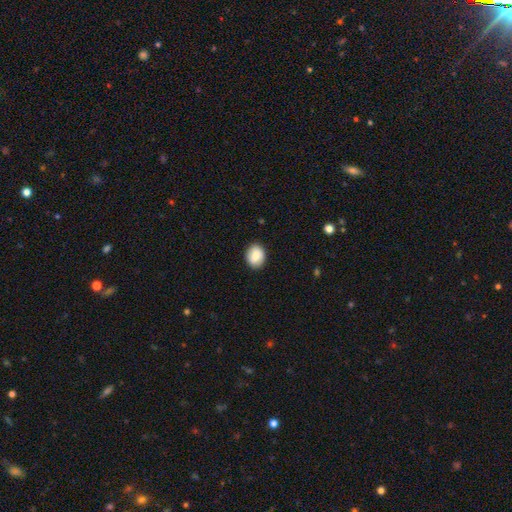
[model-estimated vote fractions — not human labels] smooth_or_featured: smooth (p=0.83) [alt: featured or disk p=0.10]
how_rounded: round (p=0.50) [alt: in between p=0.49]
merging: none (p=0.88) [alt: minor disturbance p=0.09]